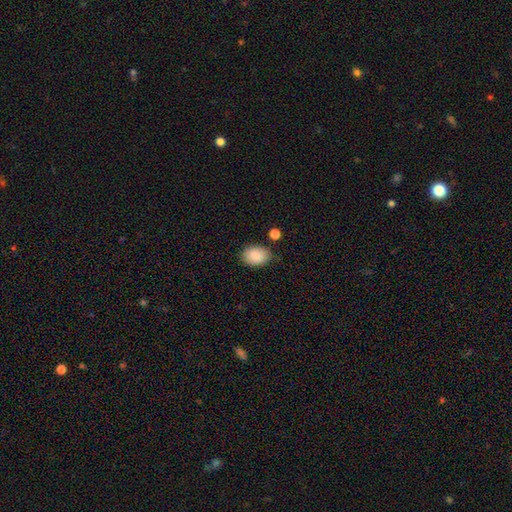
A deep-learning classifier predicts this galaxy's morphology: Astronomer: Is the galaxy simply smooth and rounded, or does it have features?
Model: smooth — 87%.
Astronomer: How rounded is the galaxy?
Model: in between — 79%.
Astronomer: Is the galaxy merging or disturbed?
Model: none — 79%.